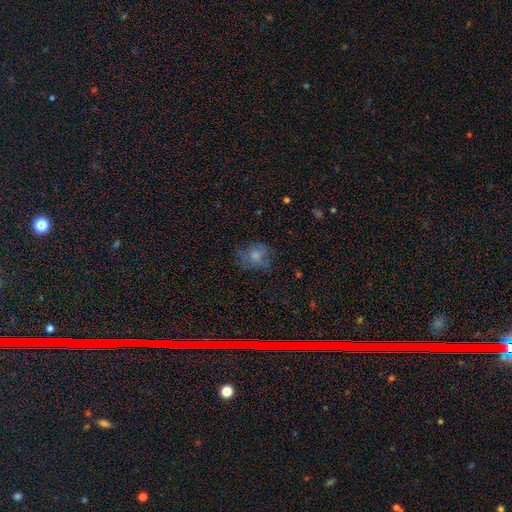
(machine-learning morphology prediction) Overall: smooth (66%). How rounded: round (68%; in between 31%). Merging: none (58%; minor disturbance 23%).